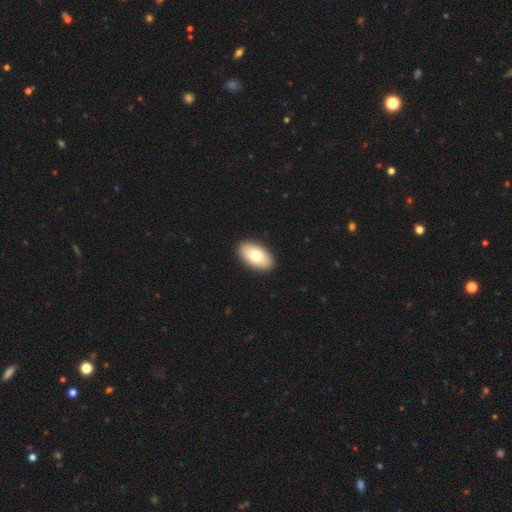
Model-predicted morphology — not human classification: The model was most divided on "smooth or featured": smooth: 75%, featured or disk: 19%, star or artifact: 6%. More confident: how rounded — in between (95%); merging — none (92%).